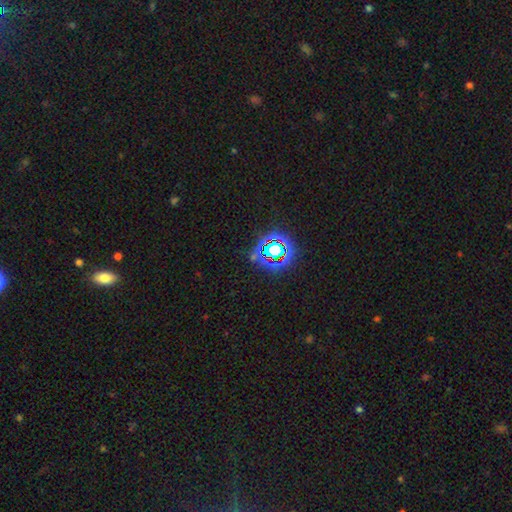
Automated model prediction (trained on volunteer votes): Overall: star or artifact (74%).